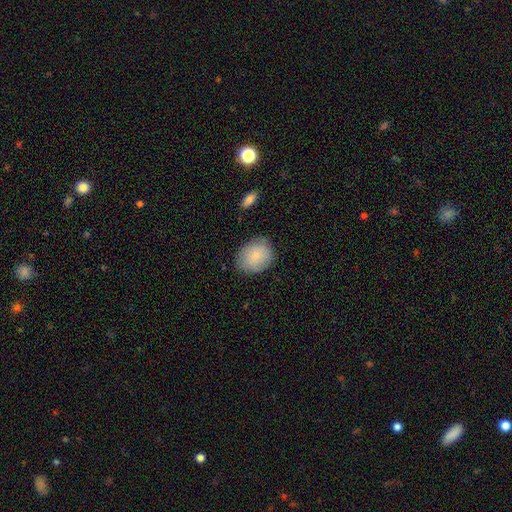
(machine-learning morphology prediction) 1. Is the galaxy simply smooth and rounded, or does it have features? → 82% smooth, 12% featured or disk, 6% star or artifact.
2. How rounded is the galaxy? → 56% in between, 43% round, 1% cigar-shaped.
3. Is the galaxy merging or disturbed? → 77% none, 18% minor disturbance, 4% major disturbance, 1% merger.